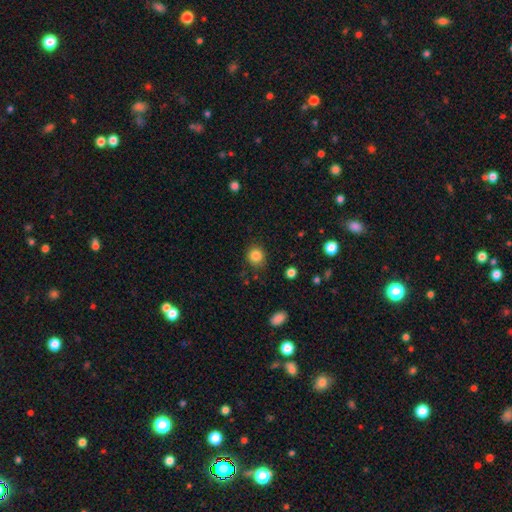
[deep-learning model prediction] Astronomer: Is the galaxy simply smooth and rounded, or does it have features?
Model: smooth — 84%.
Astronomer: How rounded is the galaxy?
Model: round — 85%.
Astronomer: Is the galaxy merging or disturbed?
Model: none — 85%.